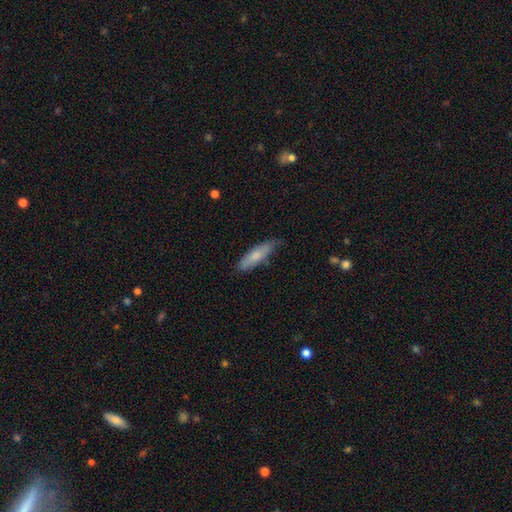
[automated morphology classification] Q: Smooth or featured?
A: smooth (74%); runner-up: featured or disk (20%)
Q: How rounded?
A: cigar-shaped (63%); runner-up: in between (36%)
Q: Merging?
A: none (70%); runner-up: minor disturbance (24%)